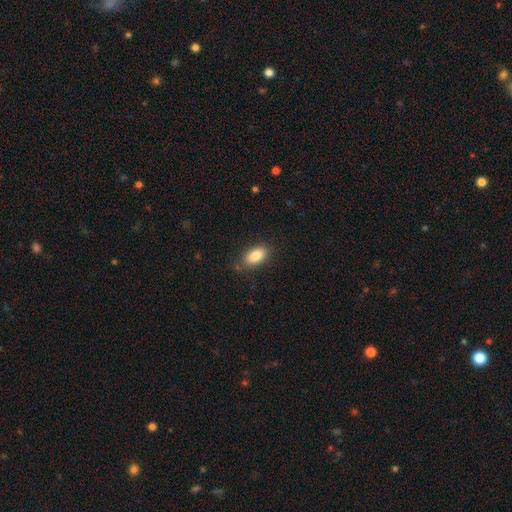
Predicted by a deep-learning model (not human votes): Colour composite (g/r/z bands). It shows a smooth galaxy with no disk features (86%) that is in between round and cigar-shaped (91%). Merging: none (82%).